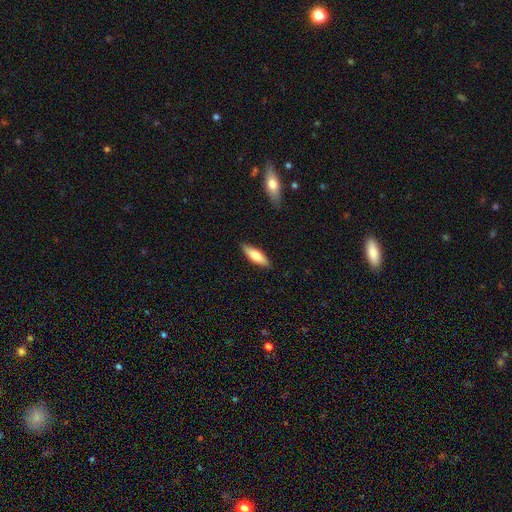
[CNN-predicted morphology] smooth-or-featured: smooth: 69% | featured or disk: 25% | star or artifact: 6%
  how-rounded: cigar-shaped: 50% | in between: 49% | round: 2%
  merging: none: 87% | minor disturbance: 10% | major disturbance: 2% | merger: 1%